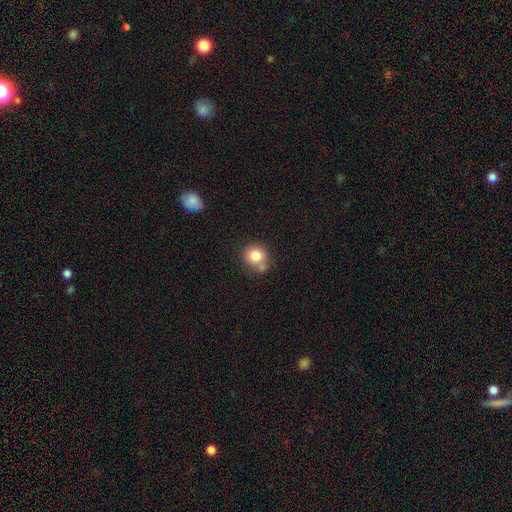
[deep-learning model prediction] Smooth or featured? Predicted: smooth (p=0.81). How rounded? Predicted: round (p=0.85). Merging? Predicted: none (p=0.57).